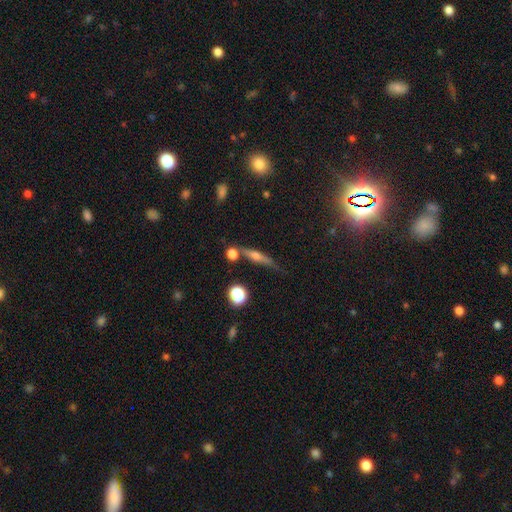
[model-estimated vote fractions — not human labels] The model was most divided on "smooth or featured": featured or disk: 51%, smooth: 36%, star or artifact: 13%. More confident: edge-on disk — yes (91%); merging — none (68%).